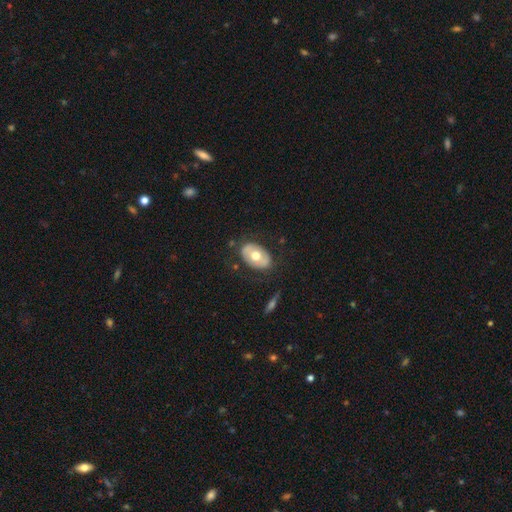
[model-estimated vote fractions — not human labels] Smooth or featured? smooth (54%)
How rounded? in between (85%)
Merging? none (78%)